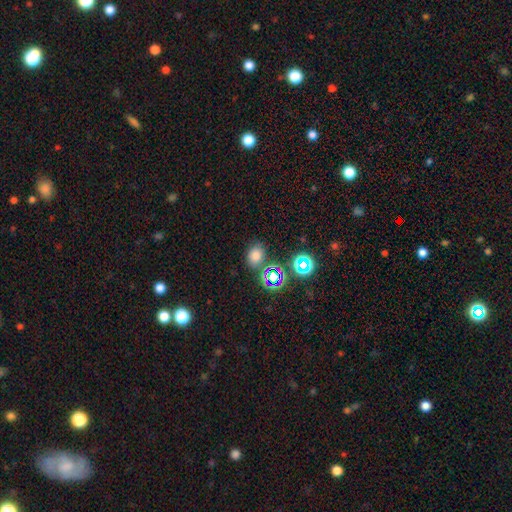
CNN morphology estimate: smooth 67%, star or artifact 25%, featured or disk 8%. Down the decision tree: how rounded — round (50%); merging — none (72%).